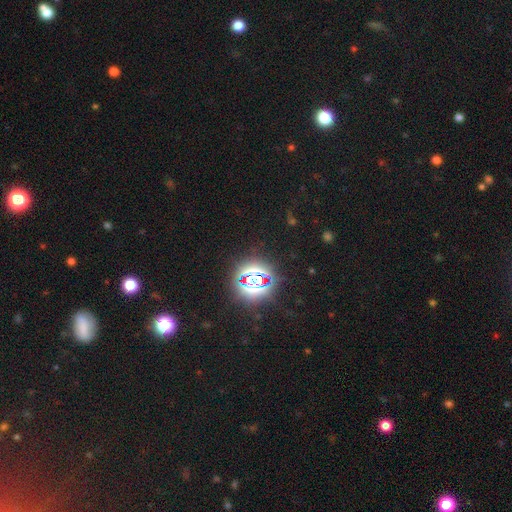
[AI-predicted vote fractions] smooth_or_featured: star or artifact (p=0.73) [alt: smooth p=0.21]